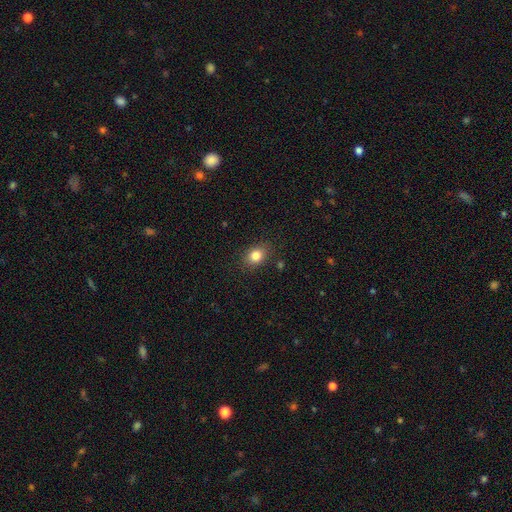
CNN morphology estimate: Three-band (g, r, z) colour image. It shows a smooth galaxy with no disk features (82%) that is in between round and cigar-shaped (60%). Merging: none (85%).